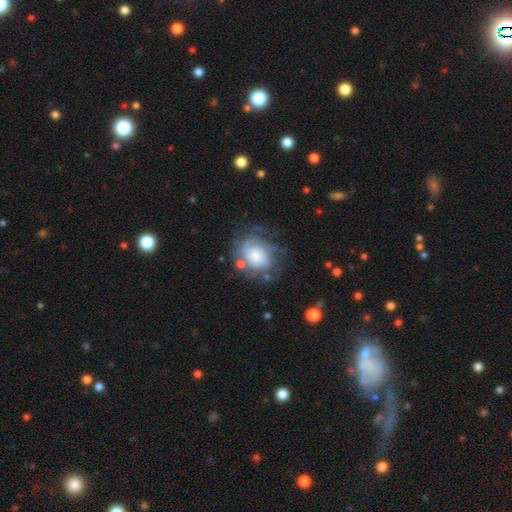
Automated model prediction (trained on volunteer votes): This appears to be a featured or disk galaxy (46%). Merging: none (51%).